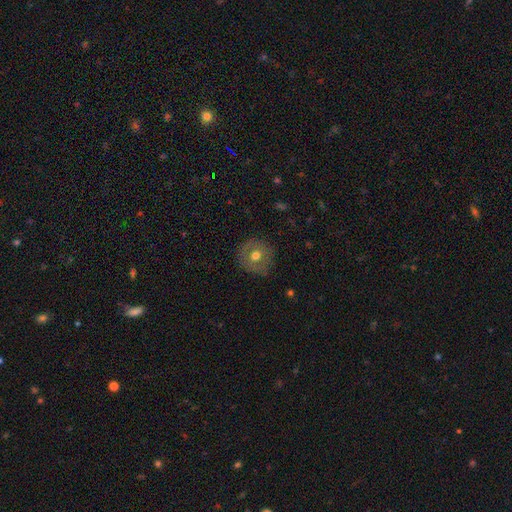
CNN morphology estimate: This is likely a smooth galaxy (60%). How rounded: clearly round (93%). Merging: clearly none (85%).